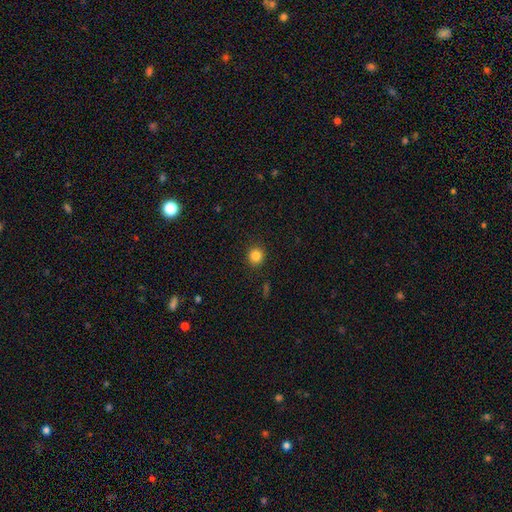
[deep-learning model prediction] smooth-or-featured: smooth: 84% | star or artifact: 11% | featured or disk: 5%
  how-rounded: round: 91% | in between: 8% | cigar-shaped: 1%
  merging: none: 91% | minor disturbance: 6% | major disturbance: 2% | merger: 1%